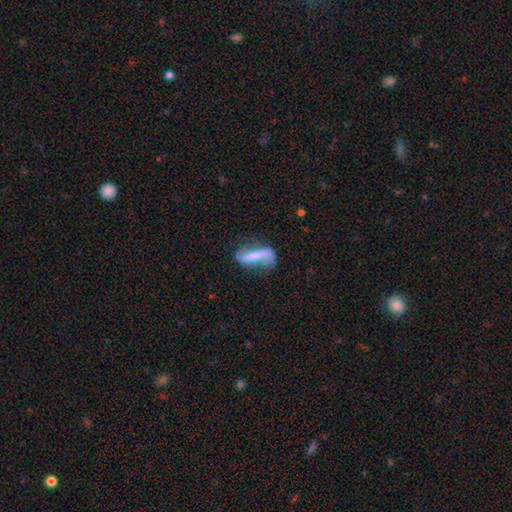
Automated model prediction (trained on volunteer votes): The model was most divided on "bulge size": small: 46%, moderate: 33%, none: 13%, large: 5%, dominant: 2%. More confident: edge-on disk — no (83%); spiral arms — yes (81%); smooth or featured — featured or disk (68%); bar — strong (57%); merging — none (57%).